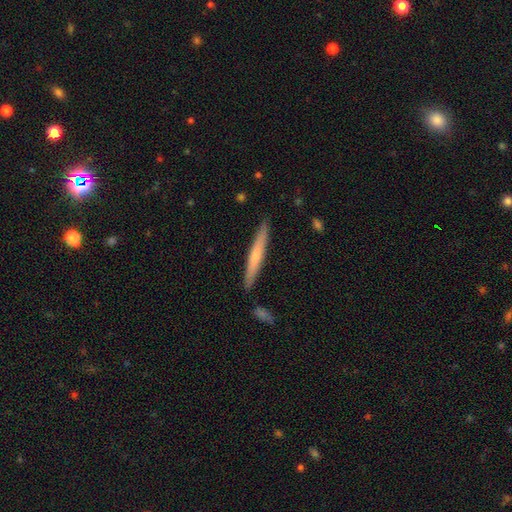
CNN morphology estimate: Smooth or featured? smooth (52%)
How rounded? cigar-shaped (95%)
Merging? none (88%)